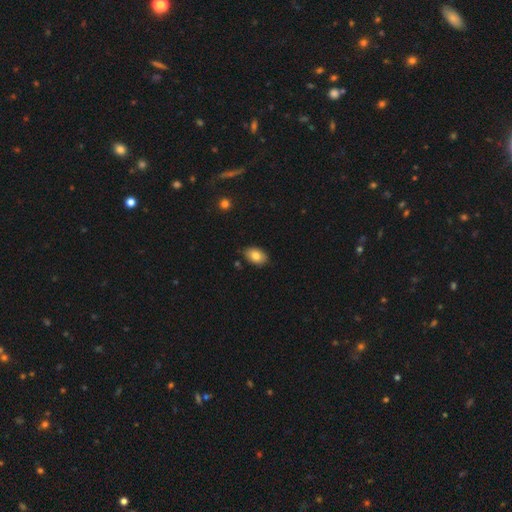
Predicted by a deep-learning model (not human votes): Overall: smooth (82%). How rounded: in between (88%). Merging: none (85%).